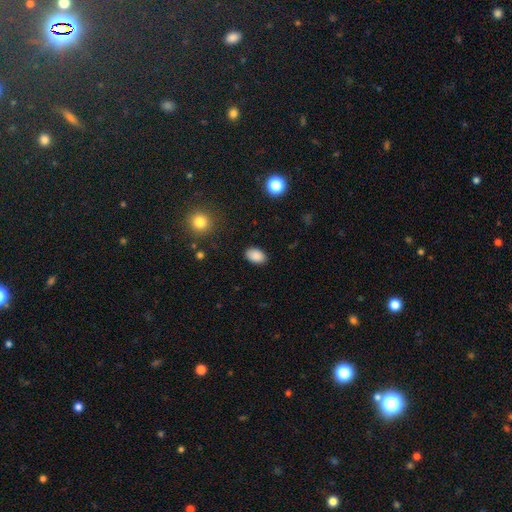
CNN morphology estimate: The model was most divided on "how rounded": in between: 88%, round: 11%, cigar-shaped: 1%. More confident: smooth or featured — smooth (88%); merging — none (87%).